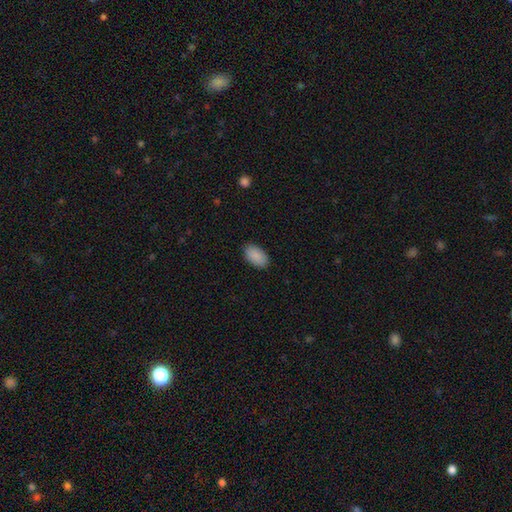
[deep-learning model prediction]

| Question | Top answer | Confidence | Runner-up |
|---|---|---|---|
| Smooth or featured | smooth | 90% | star or artifact (6%) |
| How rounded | in between | 95% | round (4%) |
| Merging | none | 89% | minor disturbance (8%) |